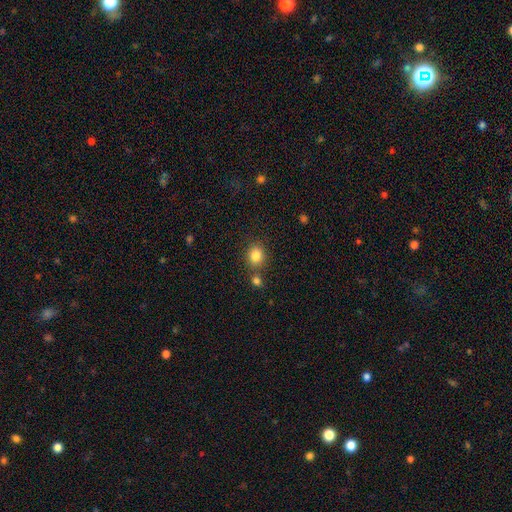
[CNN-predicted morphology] This is clearly a smooth galaxy (84%). How rounded: likely round (68%). Merging: likely none (73%).